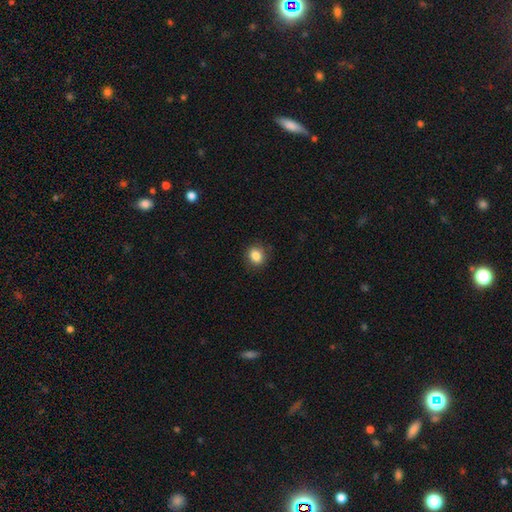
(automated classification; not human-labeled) Q: Smooth or featured?
A: smooth (85%); runner-up: star or artifact (10%)
Q: How rounded?
A: round (59%); runner-up: in between (40%)
Q: Merging?
A: none (85%); runner-up: minor disturbance (11%)